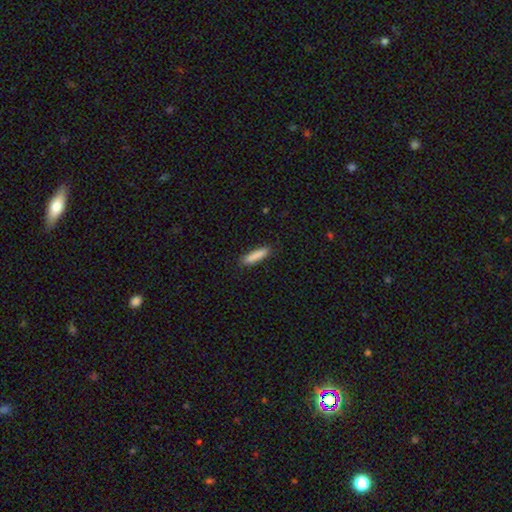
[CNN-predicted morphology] Smooth or featured? smooth (86%)
How rounded? cigar-shaped (80%)
Merging? none (87%)